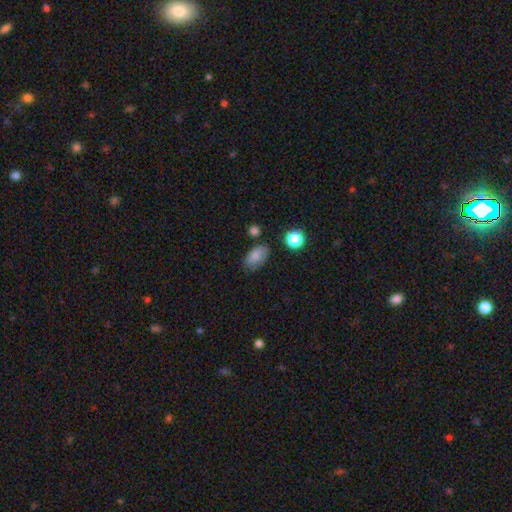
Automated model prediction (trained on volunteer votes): smooth-or-featured: smooth: 81% | featured or disk: 9% | star or artifact: 9%
  how-rounded: in between: 91% | round: 7% | cigar-shaped: 2%
  merging: none: 72% | minor disturbance: 19% | major disturbance: 5% | merger: 4%